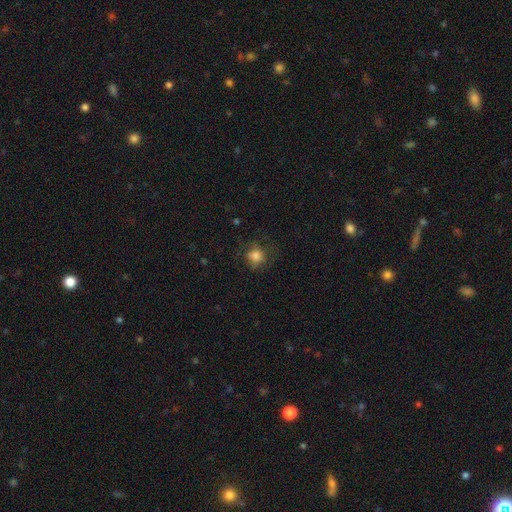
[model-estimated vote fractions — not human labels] This is likely a smooth galaxy (74%). How rounded: likely round (80%). Merging: likely none (62%).